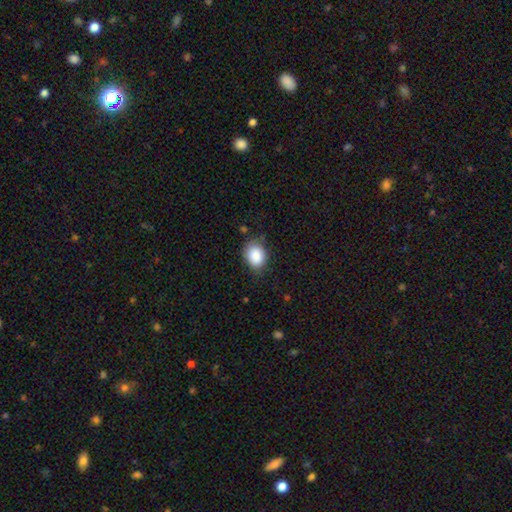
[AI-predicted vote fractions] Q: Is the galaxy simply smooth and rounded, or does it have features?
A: smooth — 88%.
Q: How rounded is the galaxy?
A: in between — 60%.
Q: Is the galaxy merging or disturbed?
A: none — 75%.